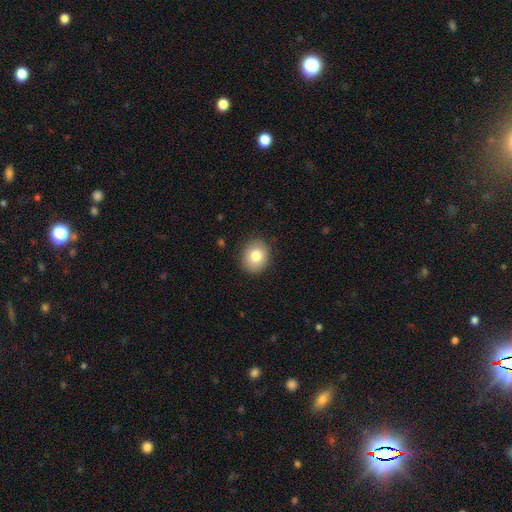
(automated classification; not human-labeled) This appears to be a smooth galaxy with no disk features (81%) that is round (66%). Merging: none (88%).